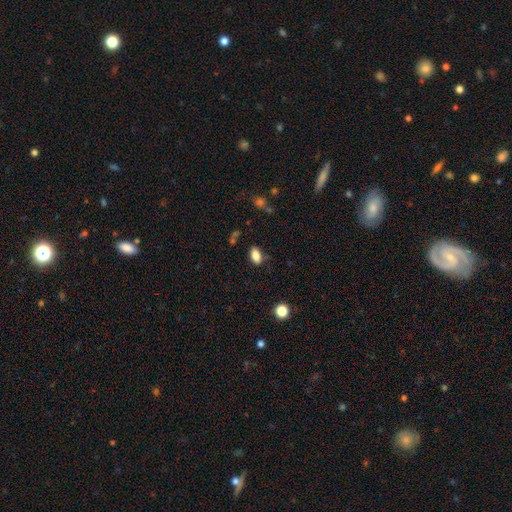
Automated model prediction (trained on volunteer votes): Smooth or featured: smooth — 84% (star or artifact — 9%)
How rounded: in between — 90% (round — 6%)
Merging: none — 81% (minor disturbance — 13%)